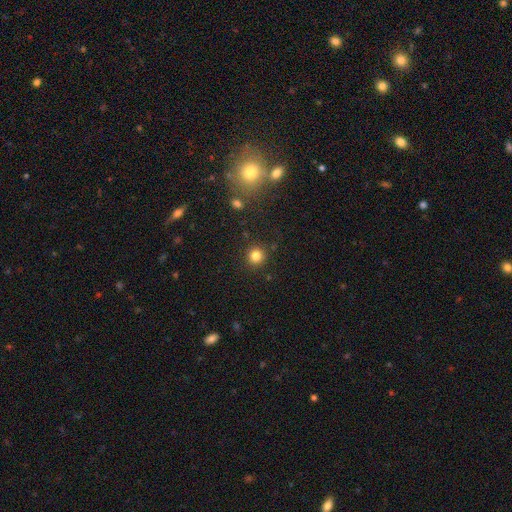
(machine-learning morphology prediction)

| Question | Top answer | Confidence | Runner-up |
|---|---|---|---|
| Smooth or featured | smooth | 82% | star or artifact (13%) |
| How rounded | round | 92% | in between (7%) |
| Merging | none | 89% | minor disturbance (6%) |